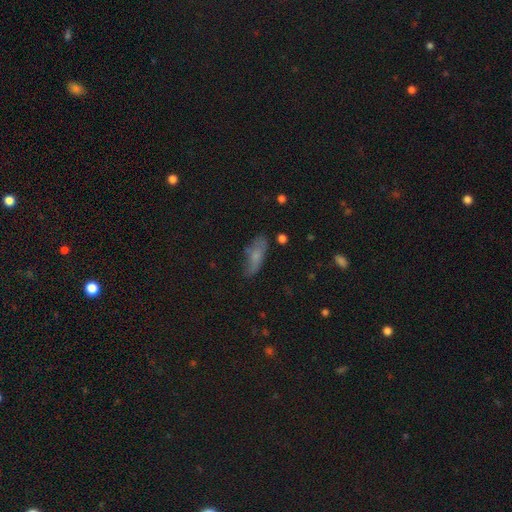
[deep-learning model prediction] Smooth or featured: smooth — 68% (featured or disk — 23%)
How rounded: in between — 63% (cigar-shaped — 34%)
Merging: none — 66% (minor disturbance — 24%)